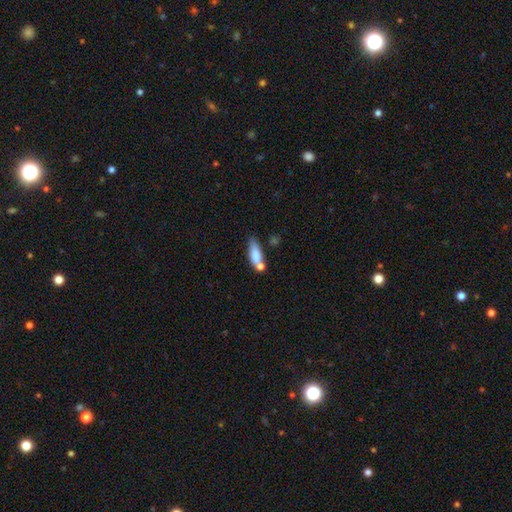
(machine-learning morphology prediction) A smooth galaxy with no disk features (75%) that is in between round and cigar-shaped (58%). Merging: none (44%).